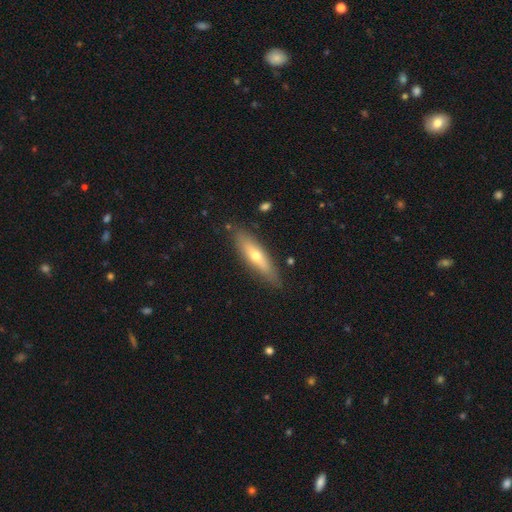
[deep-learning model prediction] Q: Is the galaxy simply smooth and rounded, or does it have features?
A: featured or disk — 47%.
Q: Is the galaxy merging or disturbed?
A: none — 84%.